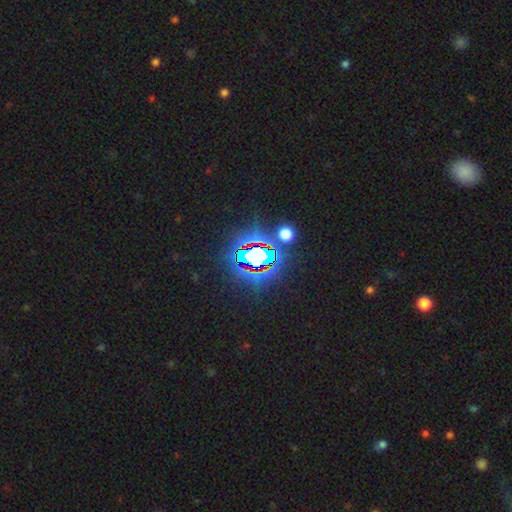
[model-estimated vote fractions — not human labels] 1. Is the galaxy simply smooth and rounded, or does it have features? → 74% star or artifact, 16% smooth, 11% featured or disk.